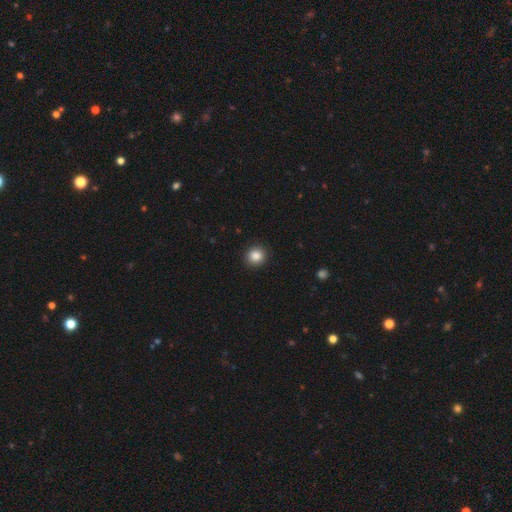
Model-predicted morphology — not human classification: smooth_or_featured: smooth (p=0.86) [alt: star or artifact p=0.10]
how_rounded: round (p=0.87) [alt: in between p=0.12]
merging: none (p=0.91) [alt: minor disturbance p=0.06]